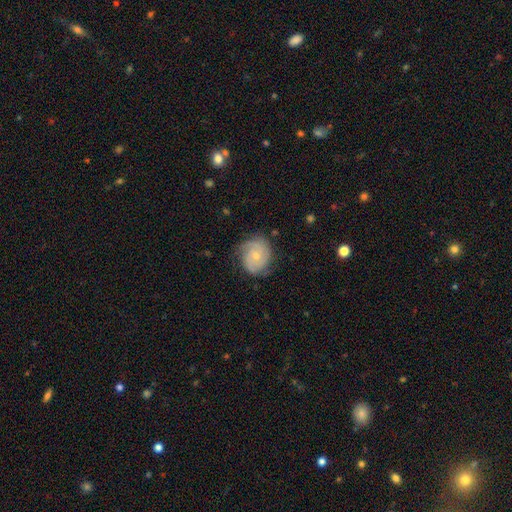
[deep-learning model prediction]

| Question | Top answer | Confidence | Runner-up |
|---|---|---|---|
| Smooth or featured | featured or disk | 72% | smooth (21%) |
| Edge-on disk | no | 98% | yes (2%) |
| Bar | no | 75% | weak (22%) |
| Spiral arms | yes | 92% | no (8%) |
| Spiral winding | tight | 57% | medium (33%) |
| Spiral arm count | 2 | 54% | can't tell (20%) |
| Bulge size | small | 61% | moderate (35%) |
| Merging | none | 72% | minor disturbance (20%) |